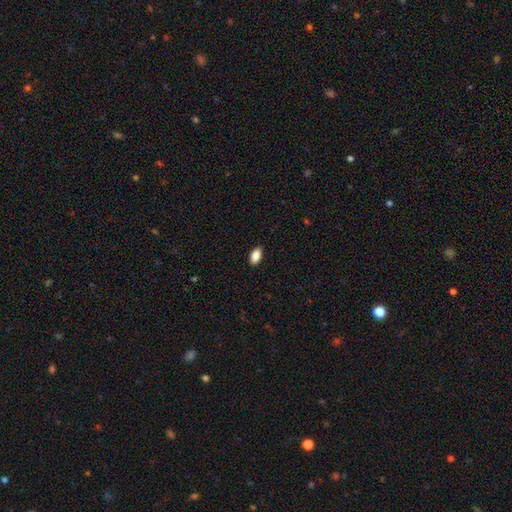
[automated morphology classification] The model was most divided on "merging": none: 88%, minor disturbance: 9%, major disturbance: 2%, merger: 1%. More confident: how rounded — in between (92%); smooth or featured — smooth (88%).